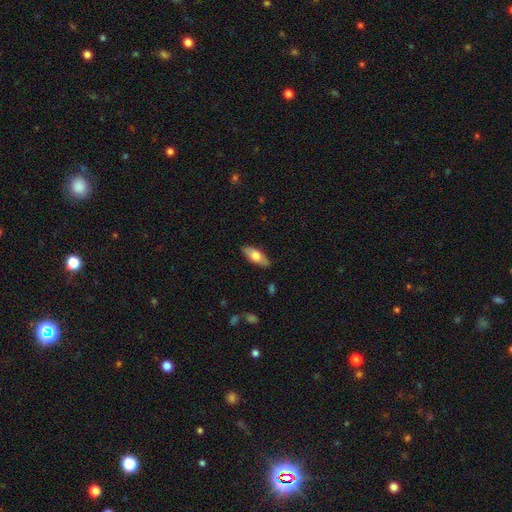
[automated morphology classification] The model was most divided on "smooth or featured": smooth: 68%, featured or disk: 26%, star or artifact: 6%. More confident: merging — none (86%); how rounded — in between (78%).